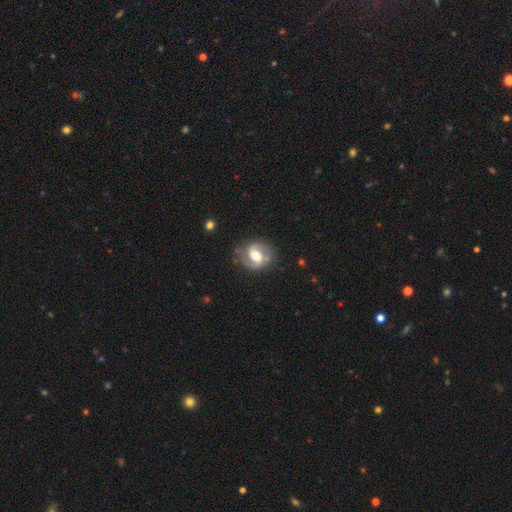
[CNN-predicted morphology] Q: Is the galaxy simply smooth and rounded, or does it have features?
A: featured or disk — 73%.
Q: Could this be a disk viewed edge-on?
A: no — 97%.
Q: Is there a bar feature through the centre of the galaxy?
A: weak — 44%.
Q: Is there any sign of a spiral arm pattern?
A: yes — 88%.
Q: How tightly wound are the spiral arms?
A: medium — 49%.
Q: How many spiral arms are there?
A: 2 — 87%.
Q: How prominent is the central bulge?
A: moderate — 67%.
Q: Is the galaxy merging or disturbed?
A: none — 72%.